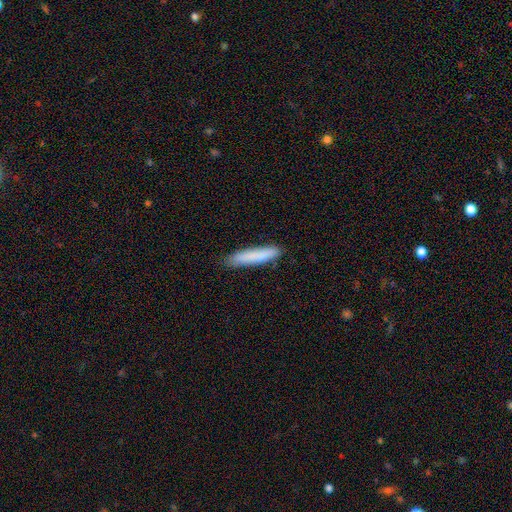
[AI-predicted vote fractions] Overall: smooth (83%). How rounded: cigar-shaped (91%). Merging: none (87%).